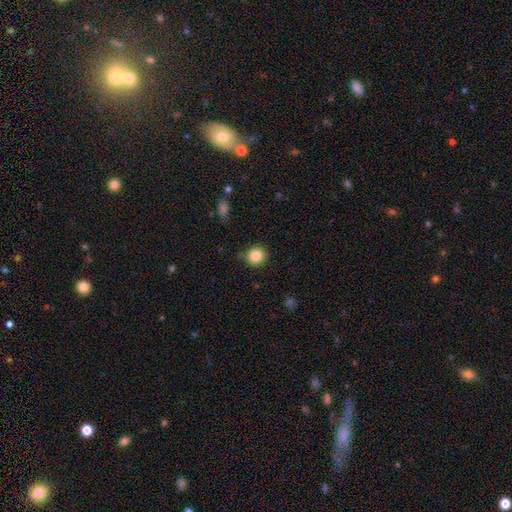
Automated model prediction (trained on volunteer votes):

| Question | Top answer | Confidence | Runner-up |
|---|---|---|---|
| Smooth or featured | smooth | 85% | star or artifact (10%) |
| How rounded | round | 92% | in between (7%) |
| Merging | none | 86% | minor disturbance (10%) |